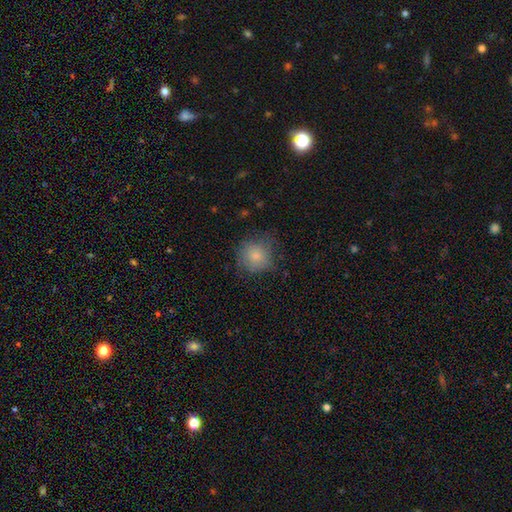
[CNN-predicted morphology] Smooth or featured?
  - smooth: 79% *
  - featured or disk: 11%
  - star or artifact: 10%
How rounded?
  - round: 88% *
  - in between: 11%
  - cigar-shaped: 1%
Merging?
  - none: 67% *
  - minor disturbance: 23%
  - major disturbance: 9%
  - merger: 1%